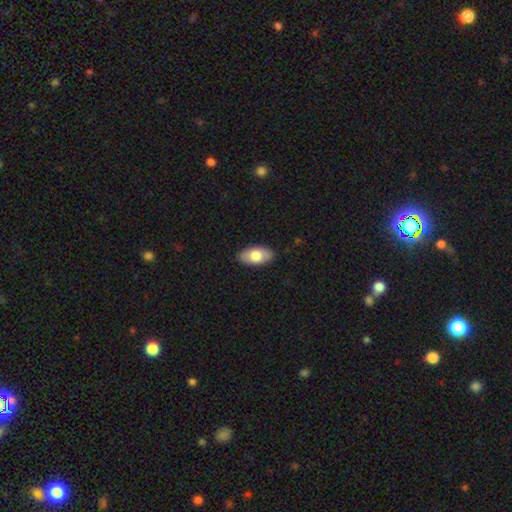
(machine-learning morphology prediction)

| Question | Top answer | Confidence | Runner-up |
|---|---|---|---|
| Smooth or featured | smooth | 75% | featured or disk (20%) |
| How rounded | in between | 94% | cigar-shaped (3%) |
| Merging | none | 88% | minor disturbance (9%) |